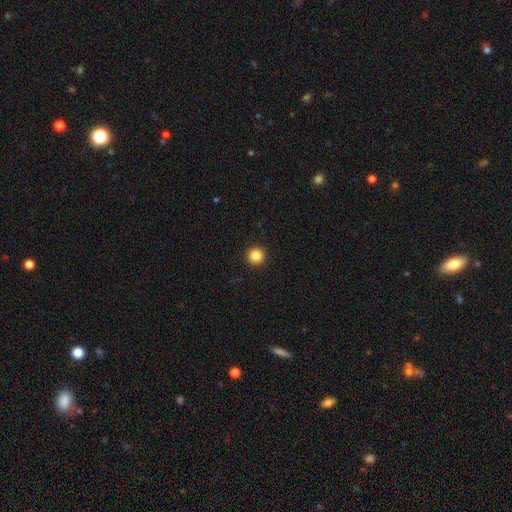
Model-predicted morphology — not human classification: smooth 85%, star or artifact 11%, featured or disk 4%. Down the decision tree: how rounded — round (95%); merging — none (94%).